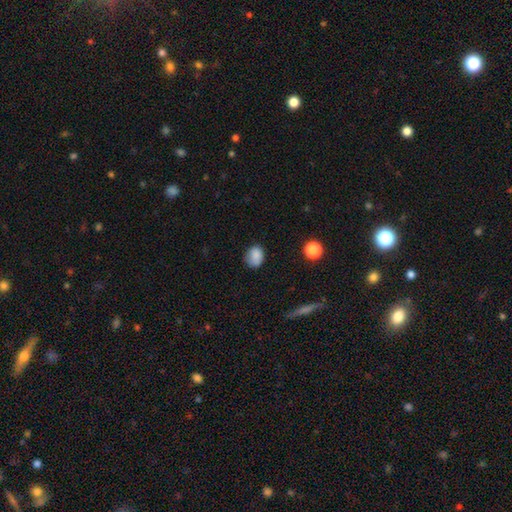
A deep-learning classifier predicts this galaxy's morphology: A smooth galaxy with no disk features (85%) that is round (50%).

Vote fractions:
- Smooth or featured? smooth: 85% / star or artifact: 10% / featured or disk: 6%
- How rounded? round: 50% / in between: 49% / cigar-shaped: 1%
- Merging? none: 70% / minor disturbance: 23% / major disturbance: 5% / merger: 2%